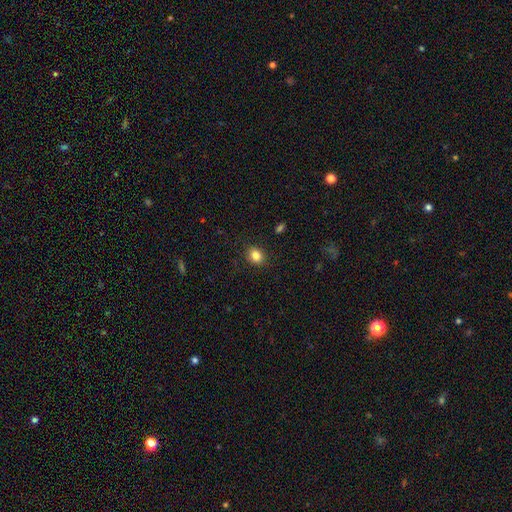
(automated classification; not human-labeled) Morphology: type=smooth (84%); roundness=round (56%); merging=none (89%).